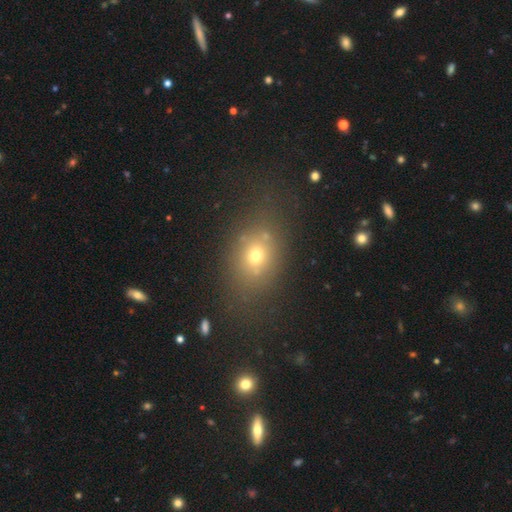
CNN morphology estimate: smooth-or-featured: smooth: 68% | star or artifact: 18% | featured or disk: 15%
  how-rounded: in between: 61% | round: 37% | cigar-shaped: 2%
  merging: none: 70% | minor disturbance: 16% | major disturbance: 9% | merger: 5%